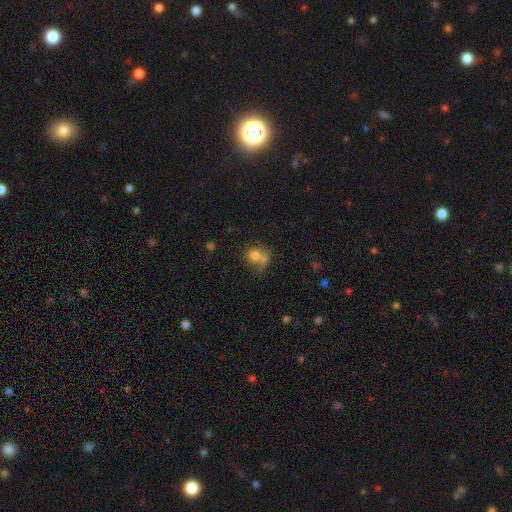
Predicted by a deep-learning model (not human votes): smooth_or_featured: smooth (p=0.74) [alt: featured or disk p=0.15]
how_rounded: round (p=0.75) [alt: in between p=0.24]
merging: merger (p=0.55) [alt: none p=0.31]